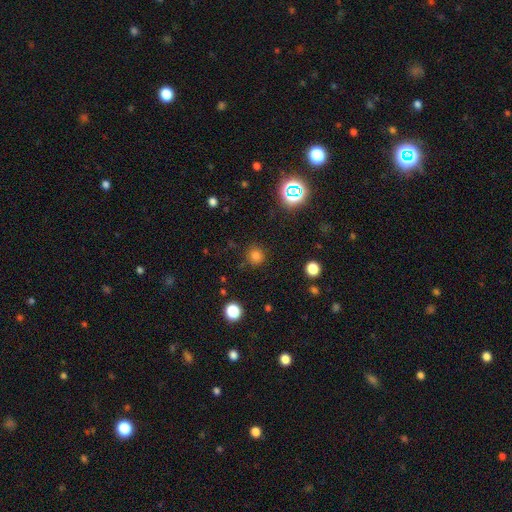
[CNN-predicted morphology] This appears to be a smooth galaxy with no disk features (77%) that is round (92%). Merging: none (87%).